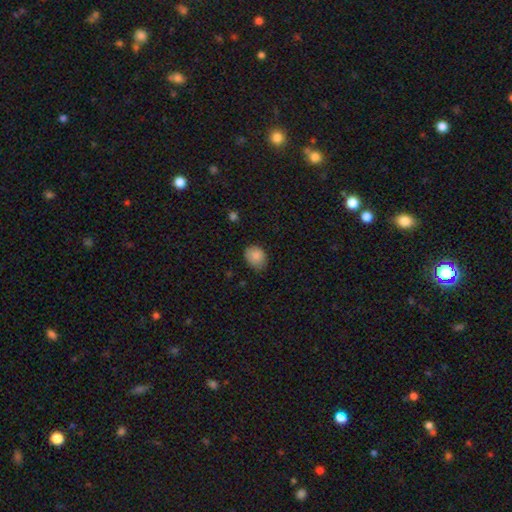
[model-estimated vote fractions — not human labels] A smooth galaxy with no disk features (87%) that is in between round and cigar-shaped (59%). Merging: none (72%).